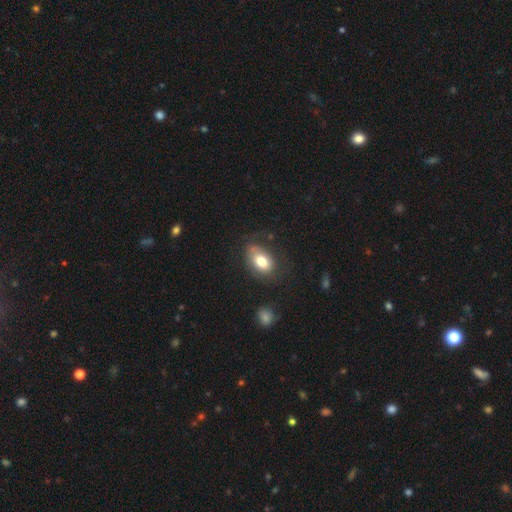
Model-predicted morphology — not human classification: A smooth galaxy with no disk features (68%) that is in between round and cigar-shaped (76%). Merging: none (80%).